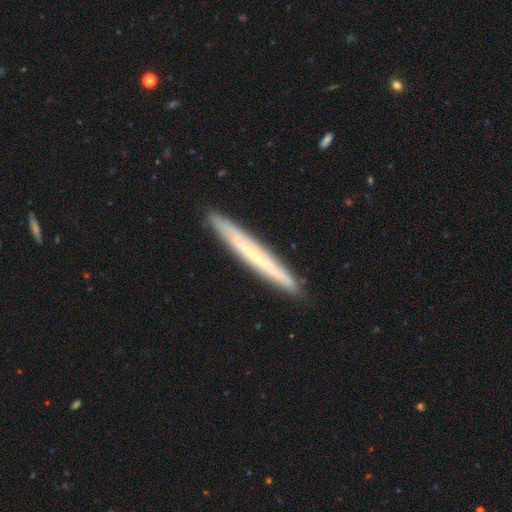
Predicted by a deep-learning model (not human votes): Morphology: type=featured or disk (50%); merging=none (90%).